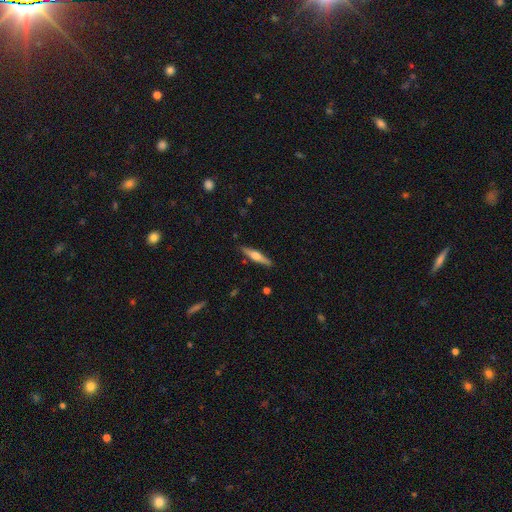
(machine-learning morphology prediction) A featured or disk galaxy (58%) viewed edge-on (96%) with a rounded central bulge (90%). Merging: none (89%).